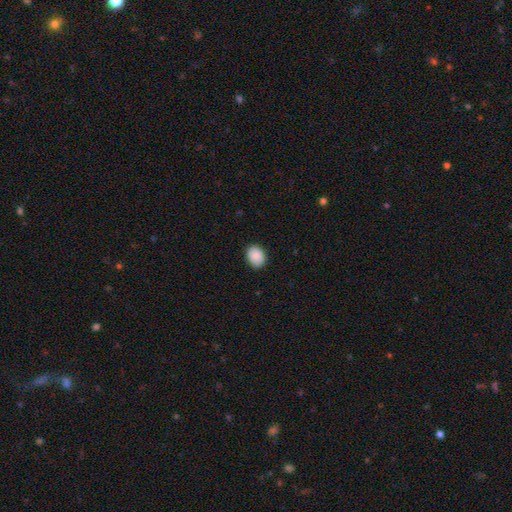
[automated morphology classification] smooth-or-featured: smooth: 90% | star or artifact: 7% | featured or disk: 3%
  how-rounded: in between: 66% | round: 33% | cigar-shaped: 1%
  merging: none: 87% | minor disturbance: 10% | major disturbance: 2% | merger: 1%